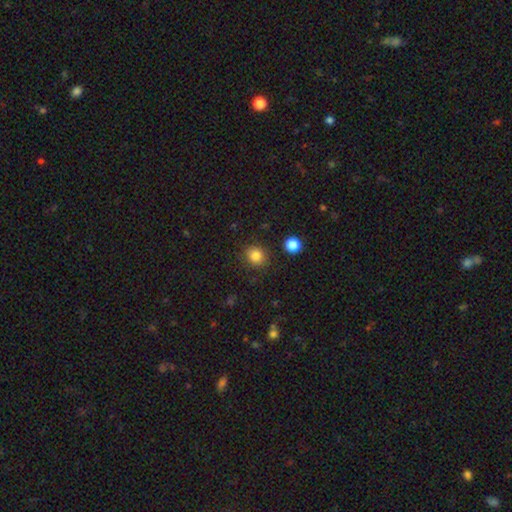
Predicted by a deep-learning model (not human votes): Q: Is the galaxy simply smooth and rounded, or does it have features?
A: smooth — 83%.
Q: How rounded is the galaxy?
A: round — 86%.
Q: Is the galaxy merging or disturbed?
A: none — 87%.